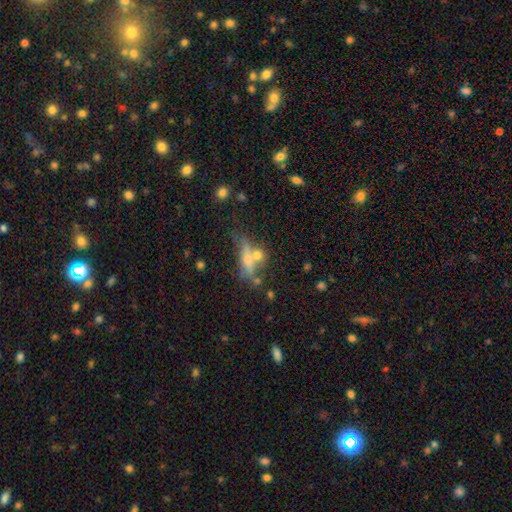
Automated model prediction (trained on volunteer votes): Smooth or featured?
  - smooth: 47% *
  - featured or disk: 37%
  - star or artifact: 16%
Merging?
  - none: 48% *
  - merger: 26%
  - minor disturbance: 16%
  - major disturbance: 10%